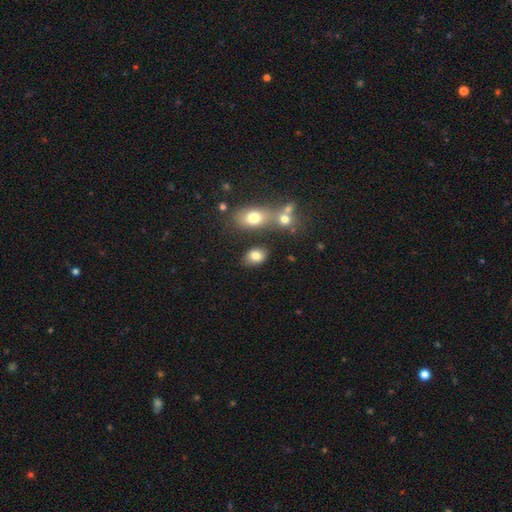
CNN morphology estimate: smooth_or_featured: smooth (p=0.81) [alt: star or artifact p=0.10]
how_rounded: in between (p=0.79) [alt: round p=0.20]
merging: none (p=0.75) [alt: minor disturbance p=0.12]